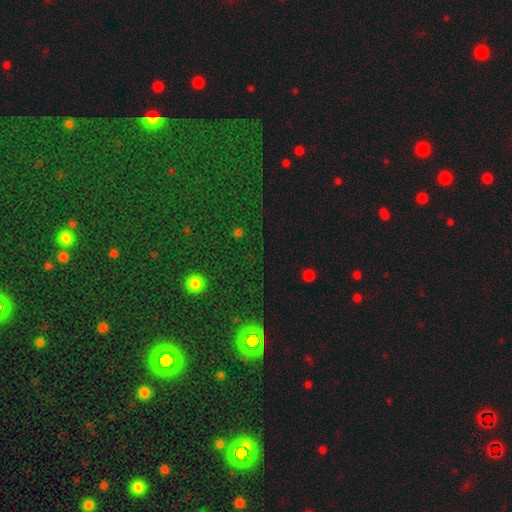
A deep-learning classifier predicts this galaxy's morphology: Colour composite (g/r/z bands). It shows a star or artifact, not a galaxy (70%).